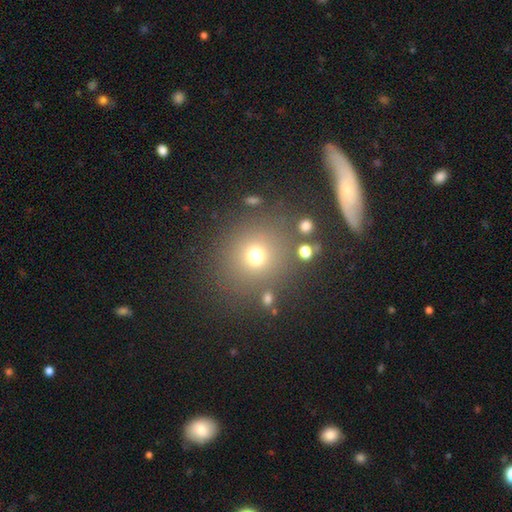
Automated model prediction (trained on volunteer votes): A smooth galaxy with no disk features (70%) that is round (87%). Merging: none (79%).